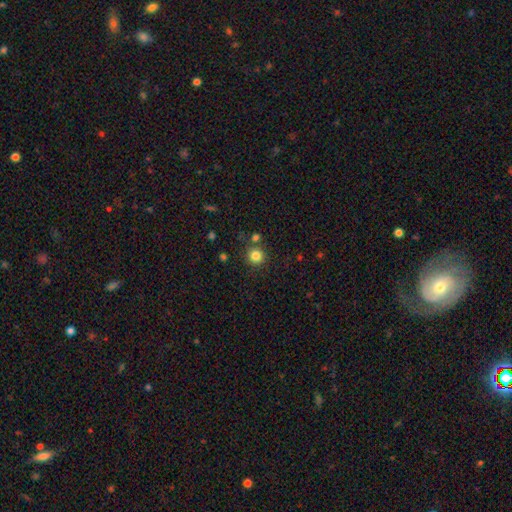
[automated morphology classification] smooth 83%, star or artifact 12%, featured or disk 5%. Down the decision tree: how rounded — round (93%); merging — none (81%).